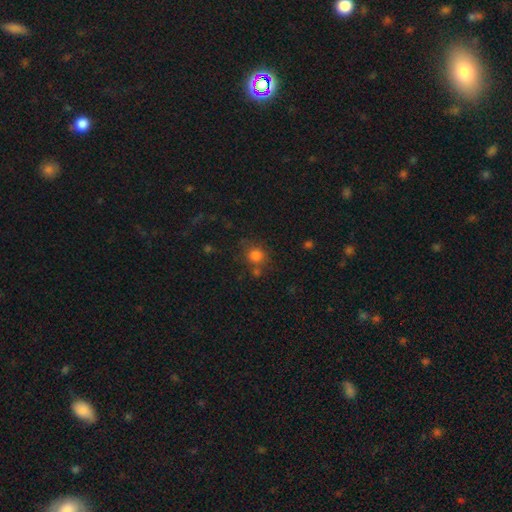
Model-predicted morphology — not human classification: smooth 81%, star or artifact 13%, featured or disk 7%. Down the decision tree: how rounded — round (84%); merging — none (68%).